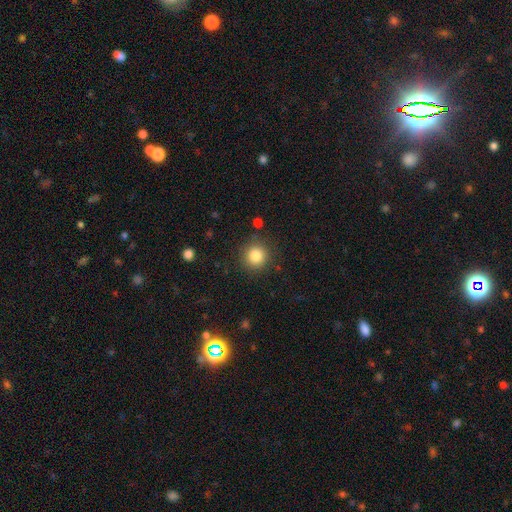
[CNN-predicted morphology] The model was most divided on "smooth or featured": smooth: 83%, star or artifact: 11%, featured or disk: 6%. More confident: how rounded — round (93%); merging — none (87%).